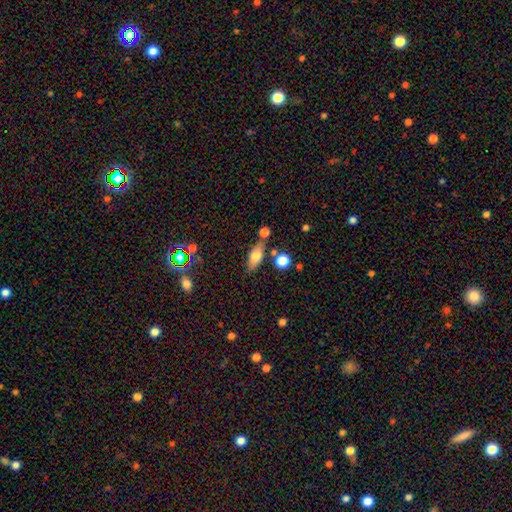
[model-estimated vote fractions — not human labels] A smooth galaxy with no disk features (70%) that is in between round and cigar-shaped (77%).

Vote fractions:
- Smooth or featured? smooth: 70% / featured or disk: 21% / star or artifact: 9%
- How rounded? in between: 77% / cigar-shaped: 17% / round: 6%
- Merging? none: 70% / minor disturbance: 14% / merger: 12% / major disturbance: 4%